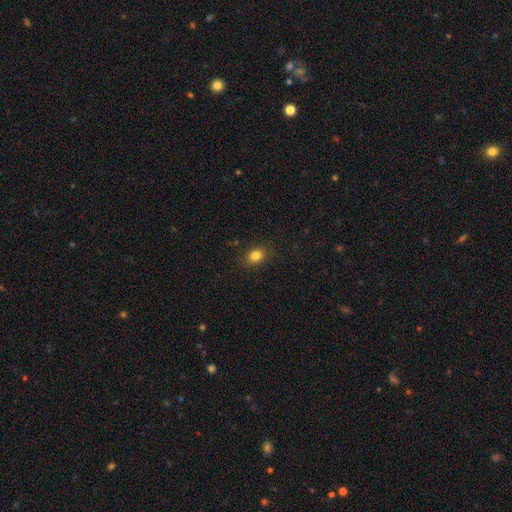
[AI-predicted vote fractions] Smooth or featured?
  - smooth: 83% *
  - star or artifact: 11%
  - featured or disk: 6%
How rounded?
  - in between: 54% *
  - round: 44%
  - cigar-shaped: 1%
Merging?
  - none: 87% *
  - minor disturbance: 9%
  - major disturbance: 2%
  - merger: 1%